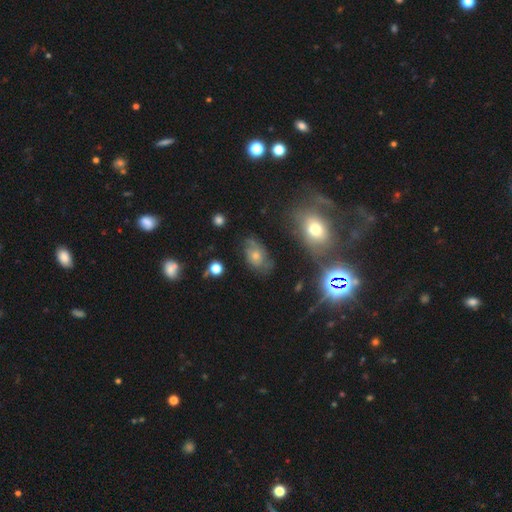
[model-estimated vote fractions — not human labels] Morphology: type=smooth (48%); merging=none (58%).